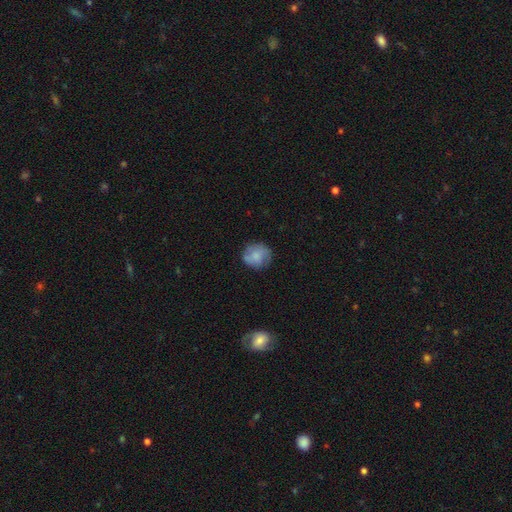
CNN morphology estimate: Smooth or featured? smooth (74%)
How rounded? round (84%)
Merging? none (74%)